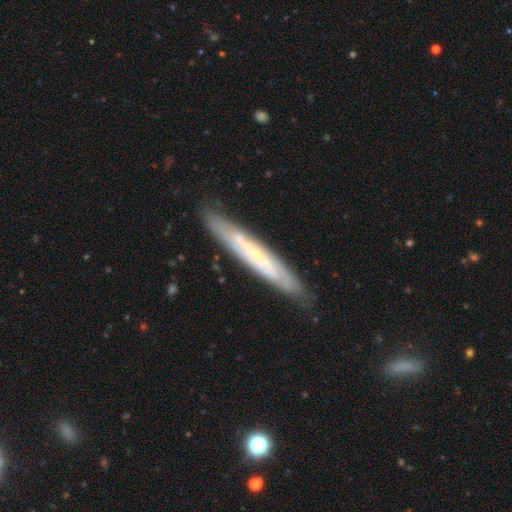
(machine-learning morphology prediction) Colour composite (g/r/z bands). It shows a featured or disk galaxy (63%) viewed edge-on (69%). Merging: none (83%).